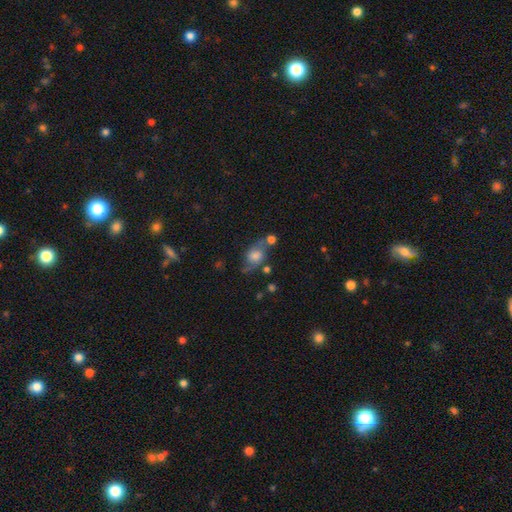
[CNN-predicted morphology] Smooth or featured? Predicted: featured or disk (p=0.45). Merging? Predicted: none (p=0.50).